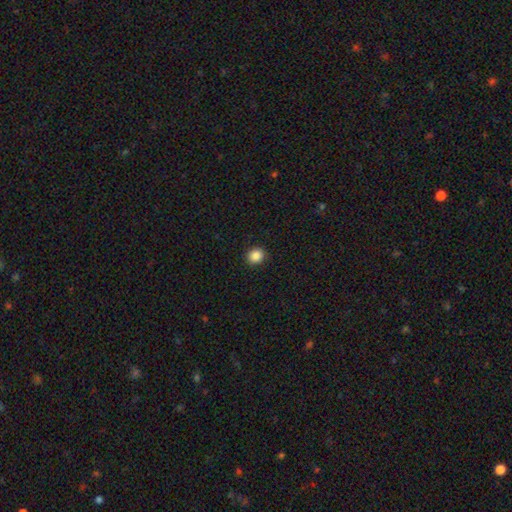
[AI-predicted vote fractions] This is clearly a smooth galaxy (87%). How rounded: clearly round (83%). Merging: clearly none (92%).